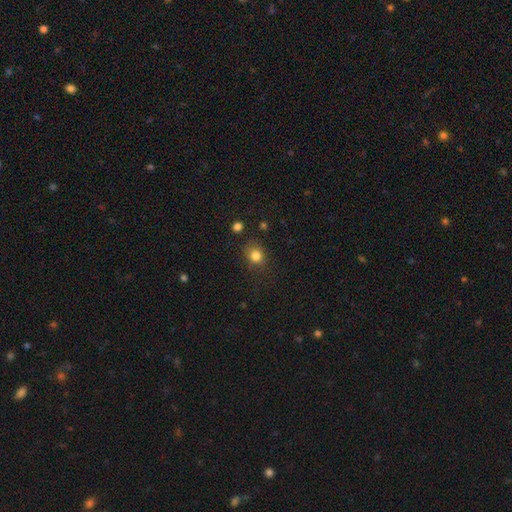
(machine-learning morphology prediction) This is clearly a smooth galaxy (82%). How rounded: likely round (74%). Merging: likely none (77%).